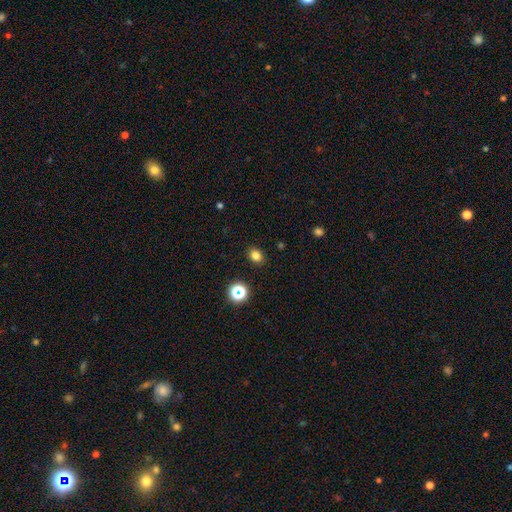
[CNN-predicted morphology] Smooth or featured? smooth (79%)
How rounded? round (54%)
Merging? none (89%)